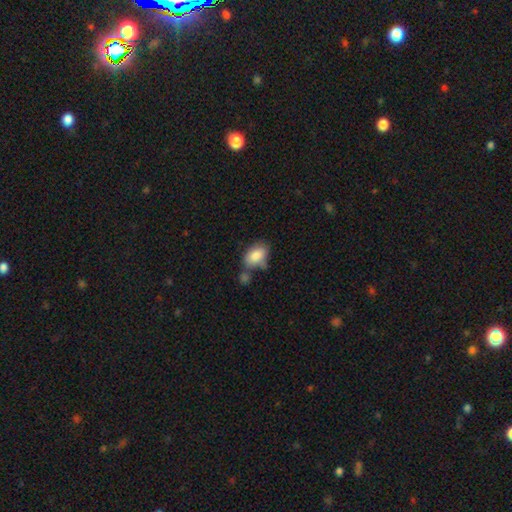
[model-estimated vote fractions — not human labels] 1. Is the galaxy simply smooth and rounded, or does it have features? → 84% smooth, 9% featured or disk, 7% star or artifact.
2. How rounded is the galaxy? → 89% in between, 9% round, 2% cigar-shaped.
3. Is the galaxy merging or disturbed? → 51% none, 22% minor disturbance, 20% merger, 7% major disturbance.